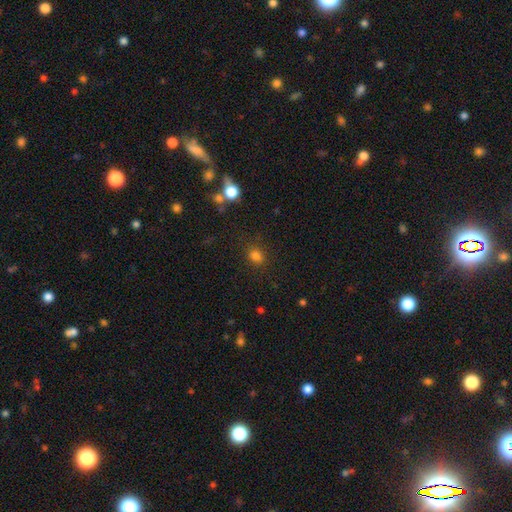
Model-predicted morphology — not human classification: A smooth galaxy with no disk features (78%) that is round (56%). Merging: none (78%).